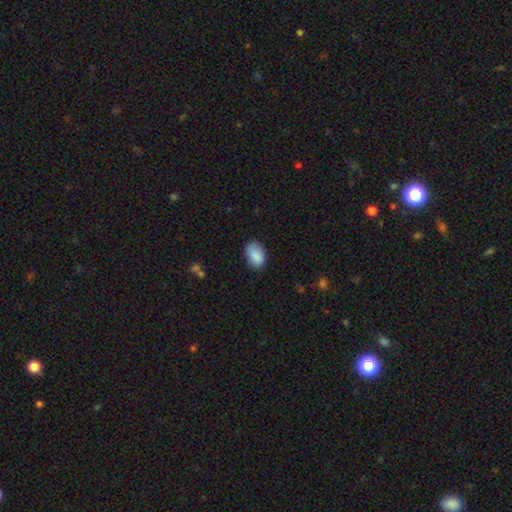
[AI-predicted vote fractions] Morphology: type=smooth (88%); roundness=in between (87%); merging=none (76%).